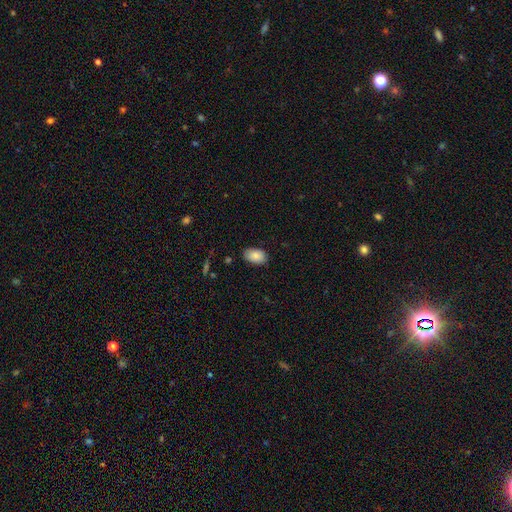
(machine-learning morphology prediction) Smooth or featured? Predicted: smooth (p=0.86). How rounded? Predicted: in between (p=0.90). Merging? Predicted: none (p=0.83).